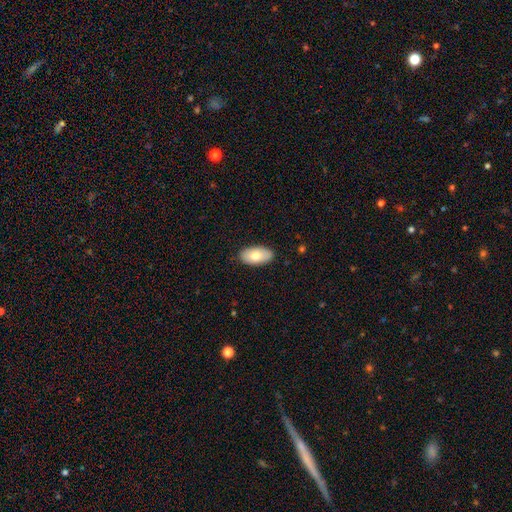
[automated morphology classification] Smooth or featured?
  - smooth: 73% *
  - featured or disk: 21%
  - star or artifact: 6%
How rounded?
  - in between: 95% *
  - round: 3%
  - cigar-shaped: 2%
Merging?
  - none: 87% *
  - minor disturbance: 10%
  - major disturbance: 2%
  - merger: 1%